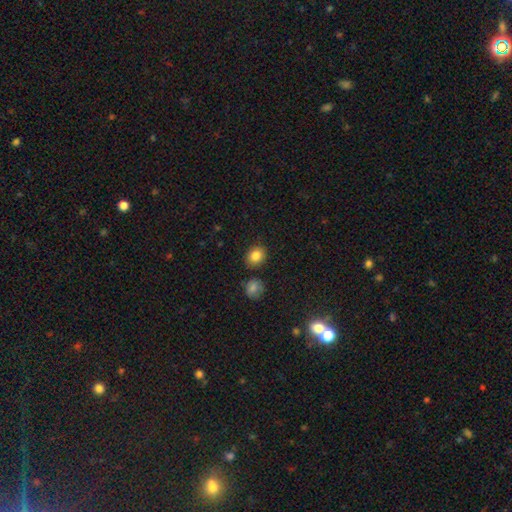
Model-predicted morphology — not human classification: Smooth or featured? Predicted: smooth (p=0.85). How rounded? Predicted: round (p=0.53). Merging? Predicted: none (p=0.84).